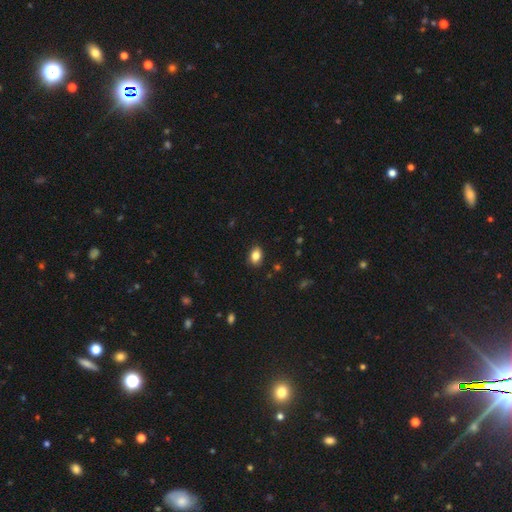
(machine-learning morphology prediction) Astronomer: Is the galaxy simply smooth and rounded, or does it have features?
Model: smooth — 84%.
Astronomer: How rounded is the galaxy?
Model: in between — 79%.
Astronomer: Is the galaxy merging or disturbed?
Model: none — 87%.